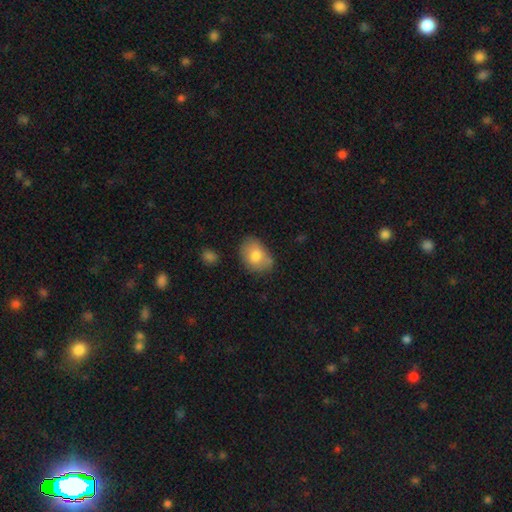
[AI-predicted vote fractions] Smooth or featured? Predicted: smooth (p=0.77). How rounded? Predicted: in between (p=0.74). Merging? Predicted: none (p=0.59).